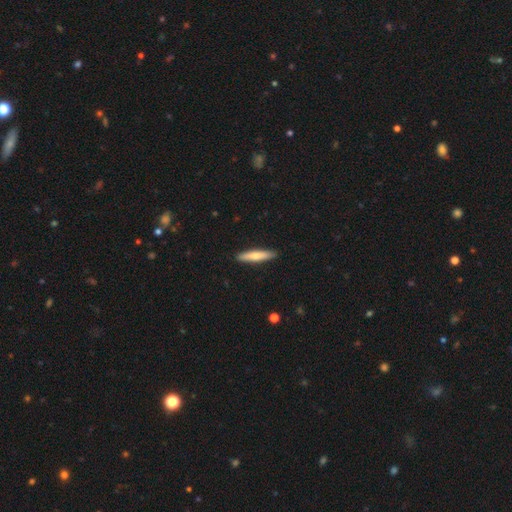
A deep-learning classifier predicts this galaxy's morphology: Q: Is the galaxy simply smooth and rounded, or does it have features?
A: smooth — 67%.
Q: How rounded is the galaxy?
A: cigar-shaped — 88%.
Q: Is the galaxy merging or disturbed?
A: none — 91%.